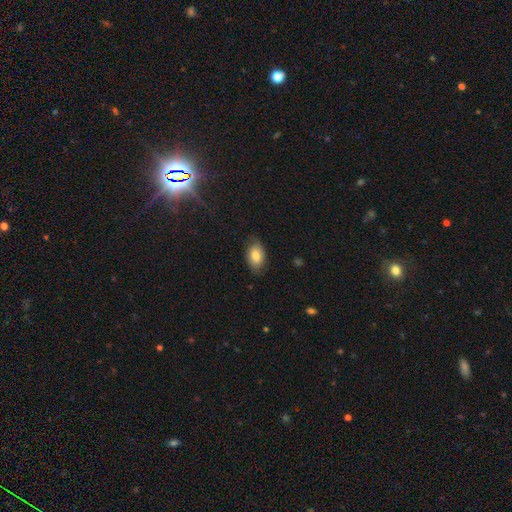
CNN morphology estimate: smooth_or_featured: smooth (p=0.79) [alt: featured or disk p=0.14]
how_rounded: in between (p=0.90) [alt: round p=0.09]
merging: none (p=0.78) [alt: minor disturbance p=0.17]